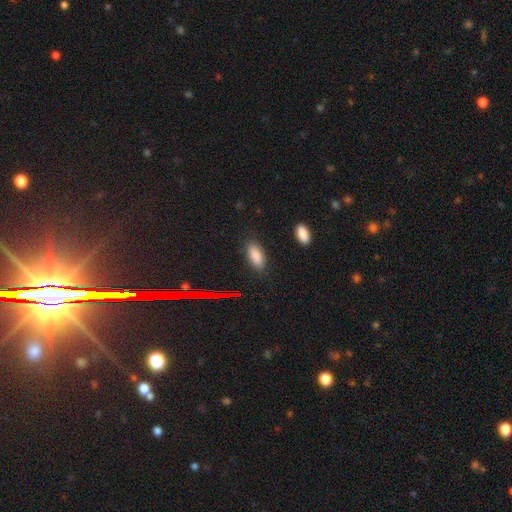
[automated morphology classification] Overall: smooth (84%). How rounded: in between (85%). Merging: none (85%).